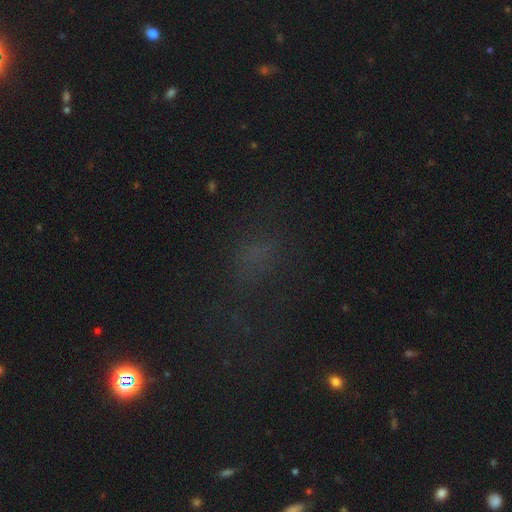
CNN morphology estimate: This is marginally a star or artifact rather than a galaxy (45%).